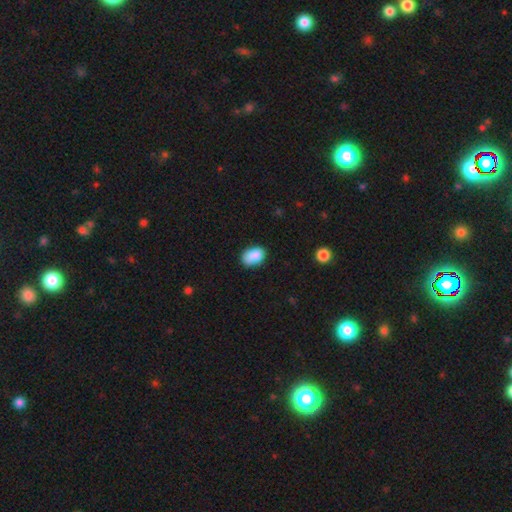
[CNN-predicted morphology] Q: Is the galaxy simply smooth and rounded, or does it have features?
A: smooth — 87%.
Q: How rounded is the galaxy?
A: in between — 87%.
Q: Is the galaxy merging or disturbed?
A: none — 72%.